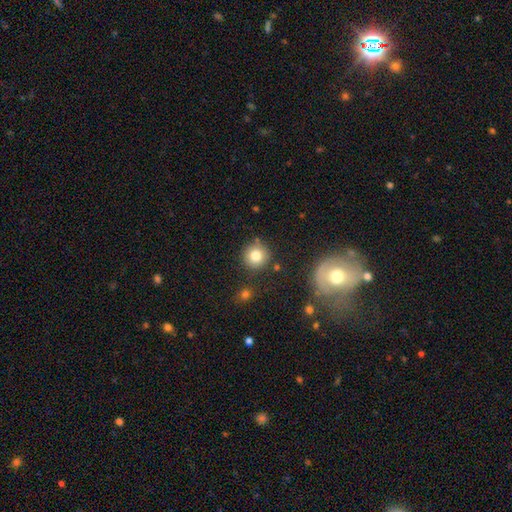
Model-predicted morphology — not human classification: The model was most divided on "smooth or featured": smooth: 80%, star or artifact: 11%, featured or disk: 9%. More confident: how rounded — round (94%); merging — none (83%).